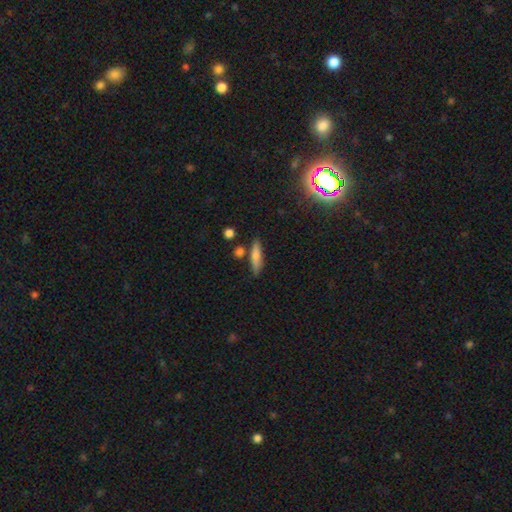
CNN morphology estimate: smooth_or_featured: smooth (p=0.74) [alt: featured or disk p=0.19]
how_rounded: cigar-shaped (p=0.73) [alt: in between p=0.24]
merging: none (p=0.77) [alt: minor disturbance p=0.12]